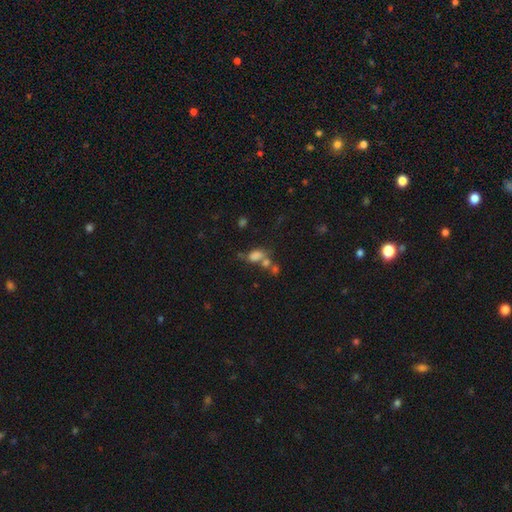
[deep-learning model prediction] smooth 69%, star or artifact 16%, featured or disk 15%. Down the decision tree: how rounded — in between (77%); merging — merger (43%).